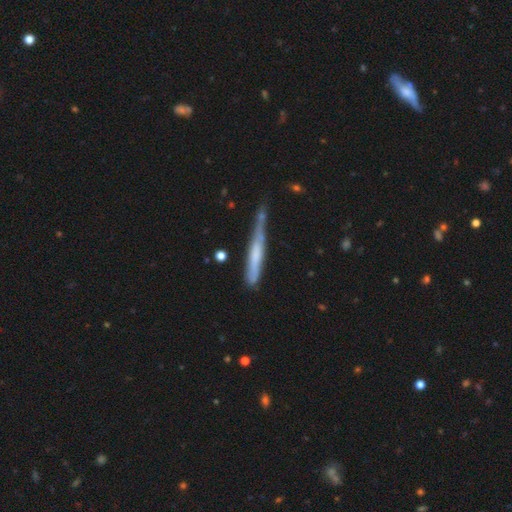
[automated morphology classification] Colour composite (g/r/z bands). It shows a smooth galaxy with no disk features (48%). Merging: none (46%).